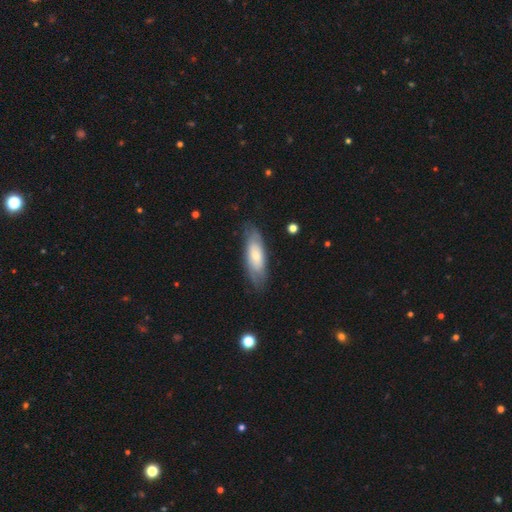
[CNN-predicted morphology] Smooth or featured? Predicted: smooth (p=0.52). How rounded? Predicted: in between (p=0.68). Merging? Predicted: none (p=0.74).